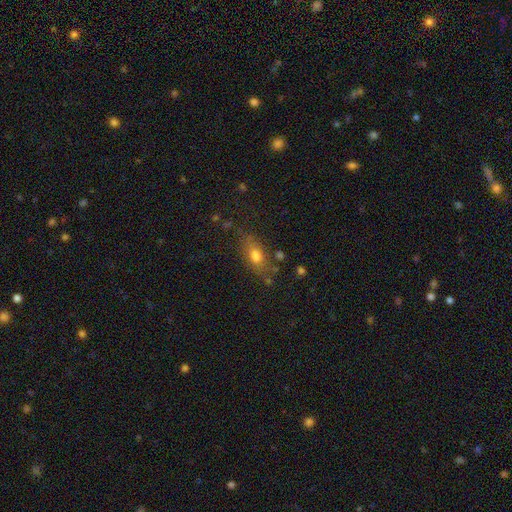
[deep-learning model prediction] Smooth or featured? Predicted: smooth (p=0.71). How rounded? Predicted: in between (p=0.75). Merging? Predicted: none (p=0.69).